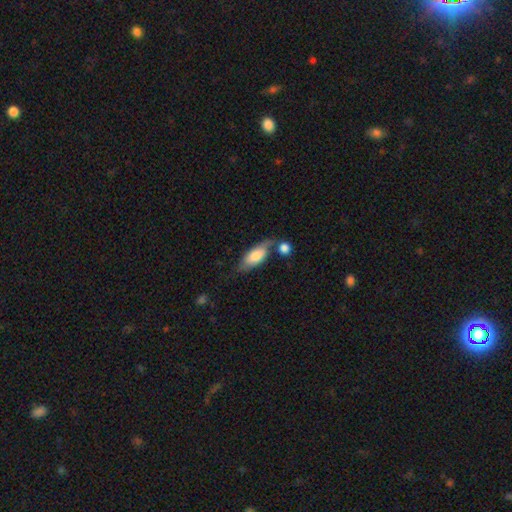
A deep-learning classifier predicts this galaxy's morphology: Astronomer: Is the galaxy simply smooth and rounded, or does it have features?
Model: smooth — 69%.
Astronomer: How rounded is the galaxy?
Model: in between — 80%.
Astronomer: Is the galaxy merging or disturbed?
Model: none — 44% (runner-up: merger, 25%).